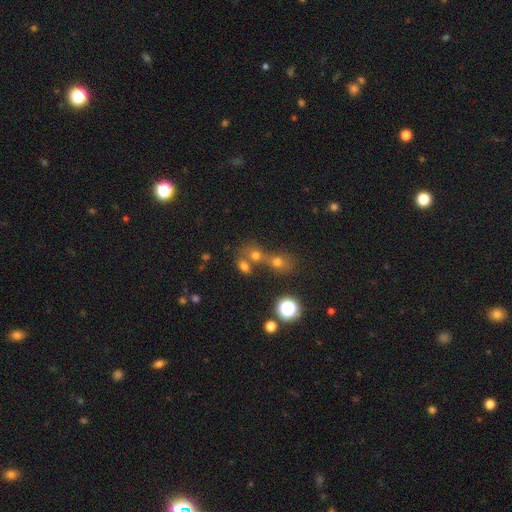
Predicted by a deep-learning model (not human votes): smooth_or_featured: smooth (p=0.57) [alt: star or artifact p=0.29]
how_rounded: round (p=0.63) [alt: in between p=0.34]
merging: merger (p=0.52) [alt: none p=0.36]